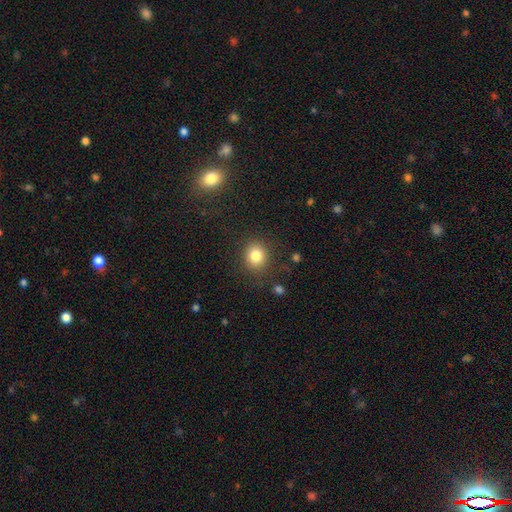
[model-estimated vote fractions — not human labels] smooth_or_featured: smooth (p=0.82) [alt: star or artifact p=0.11]
how_rounded: round (p=0.76) [alt: in between p=0.23]
merging: none (p=0.85) [alt: minor disturbance p=0.10]